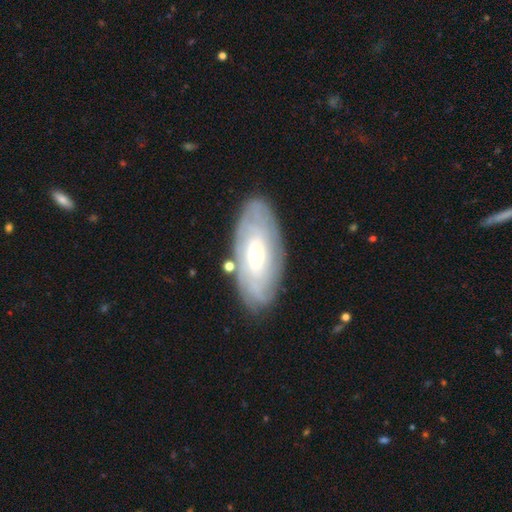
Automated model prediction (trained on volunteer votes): Smooth or featured: featured or disk — 70% (smooth — 24%)
Edge-on disk: no — 89% (yes — 11%)
Bar: no — 68% (weak — 25%)
Spiral arms: yes — 80% (no — 20%)
Spiral winding: tight — 77% (medium — 17%)
Spiral arm count: can't tell — 64% (2 — 9%)
Bulge size: small — 53% (moderate — 42%)
Merging: none — 81% (minor disturbance — 13%)